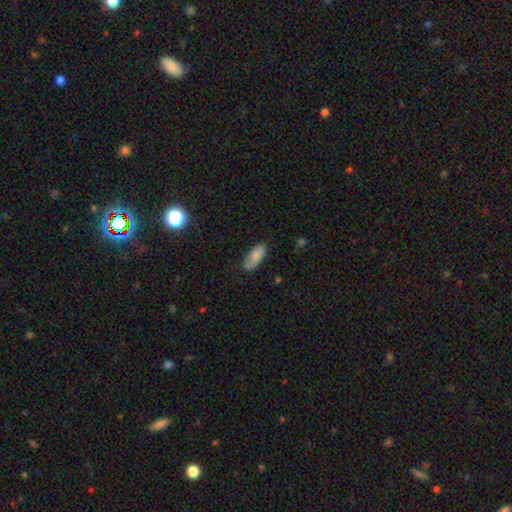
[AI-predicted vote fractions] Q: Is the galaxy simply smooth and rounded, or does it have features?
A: smooth — 84%.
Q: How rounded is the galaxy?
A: in between — 85%.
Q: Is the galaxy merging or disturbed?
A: none — 68%.